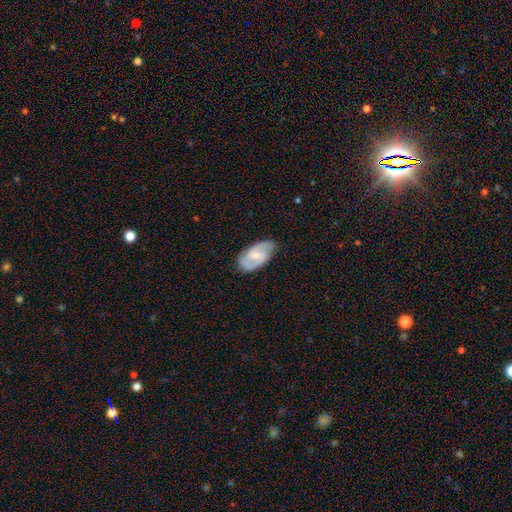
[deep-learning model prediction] Smooth or featured? featured or disk (73%)
Edge-on disk? no (96%)
Bar? weak (55%)
Spiral arms? yes (92%)
Spiral winding? medium (50%)
Spiral arm count? 2 (84%)
Bulge size? small (50%)
Merging? none (74%)